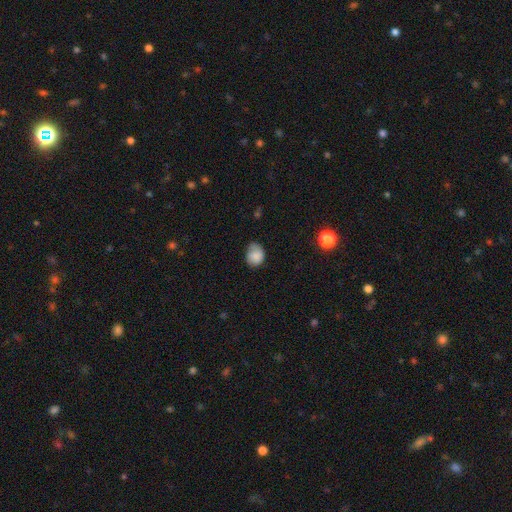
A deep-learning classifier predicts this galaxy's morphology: smooth_or_featured: smooth (p=0.83) [alt: featured or disk p=0.09]
how_rounded: round (p=0.51) [alt: in between p=0.49]
merging: none (p=0.54) [alt: minor disturbance p=0.35]